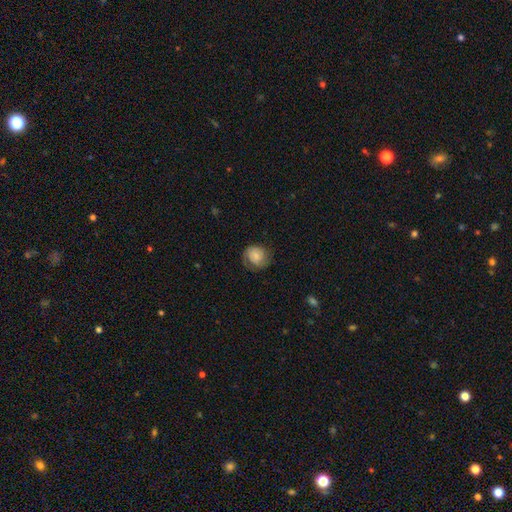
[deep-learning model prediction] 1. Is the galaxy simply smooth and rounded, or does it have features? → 59% smooth, 33% featured or disk, 8% star or artifact.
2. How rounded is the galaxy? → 76% round, 24% in between, 1% cigar-shaped.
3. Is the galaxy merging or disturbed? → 63% none, 23% minor disturbance, 12% major disturbance, 1% merger.